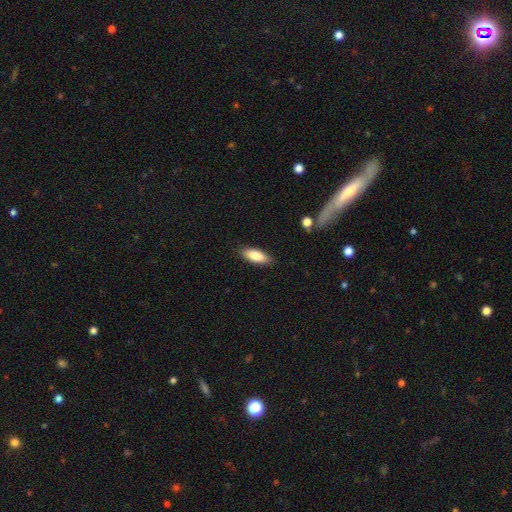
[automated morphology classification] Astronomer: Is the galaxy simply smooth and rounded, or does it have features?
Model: smooth — 84%.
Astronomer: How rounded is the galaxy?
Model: in between — 72%.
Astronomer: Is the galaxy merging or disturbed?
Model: none — 87%.